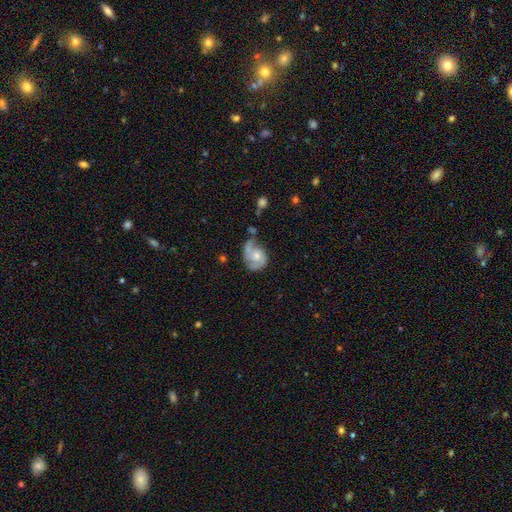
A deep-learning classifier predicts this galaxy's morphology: smooth-or-featured: featured or disk: 72% | smooth: 21% | star or artifact: 7%
  disk-edge-on: no: 98% | yes: 2%
    bar: no: 72% | weak: 24% | strong: 4%
    has-spiral-arms: yes: 91% | no: 9%
      spiral-winding: medium: 45% | loose: 28% | tight: 27%
      spiral-arm-count: 2: 68% | 1: 13% | can't tell: 9% | 3: 6% | 4: 2% | more than 4: 1%
    bulge-size: moderate: 50% | small: 41% | none: 5% | large: 4% | dominant: 1%
  merging: none: 42% | minor disturbance: 28% | major disturbance: 21% | merger: 9%